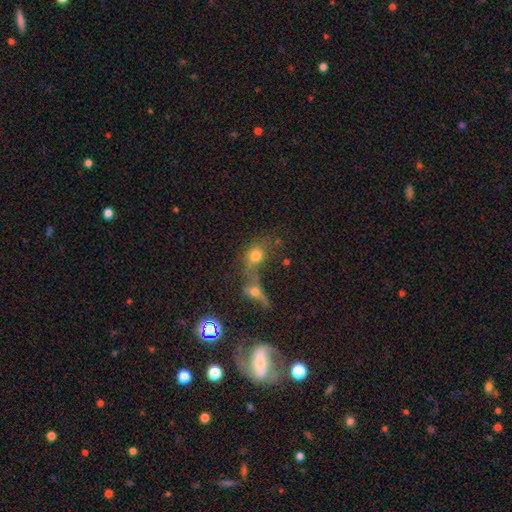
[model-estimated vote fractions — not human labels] smooth-or-featured: smooth: 70% | featured or disk: 15% | star or artifact: 14%
  how-rounded: round: 53% | in between: 43% | cigar-shaped: 4%
  merging: merger: 57% | none: 26% | major disturbance: 9% | minor disturbance: 8%